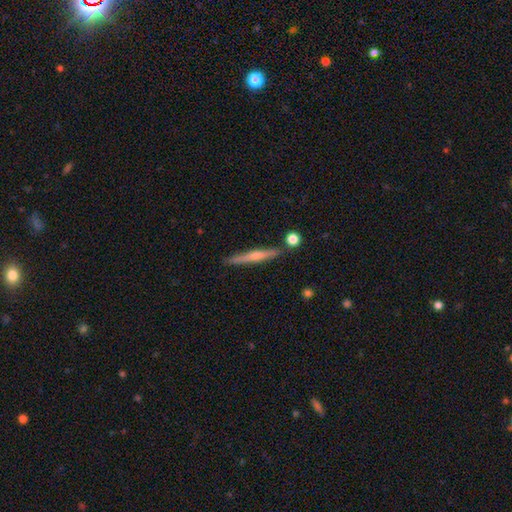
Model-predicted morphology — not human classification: smooth-or-featured: featured or disk: 56% | smooth: 37% | star or artifact: 6%
  disk-edge-on: yes: 97% | no: 3%
    edge-on-bulge: rounded: 61% | none: 29% | boxy: 10%
  merging: none: 84% | minor disturbance: 10% | merger: 4% | major disturbance: 2%